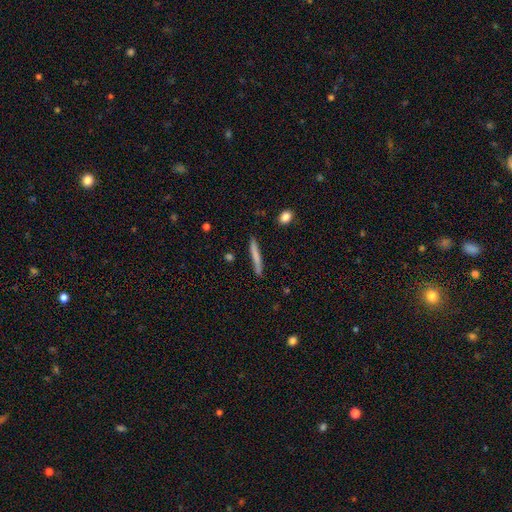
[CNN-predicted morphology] This is likely a smooth galaxy (71%). How rounded: clearly cigar-shaped (96%). Merging: clearly none (88%).